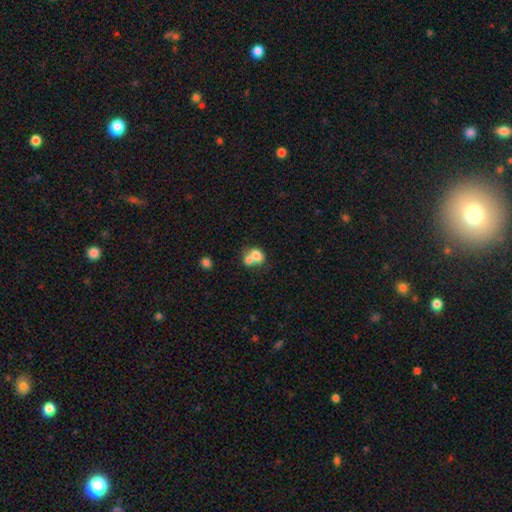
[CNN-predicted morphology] type=smooth (73%); roundness=in between (51%); merging=merger (64%).